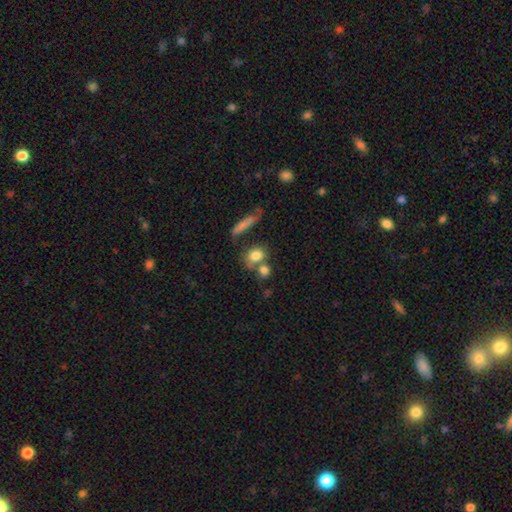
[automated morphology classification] smooth-or-featured: smooth: 78% | featured or disk: 12% | star or artifact: 10%
  how-rounded: round: 51% | in between: 43% | cigar-shaped: 6%
  merging: none: 47% | merger: 35% | minor disturbance: 12% | major disturbance: 6%